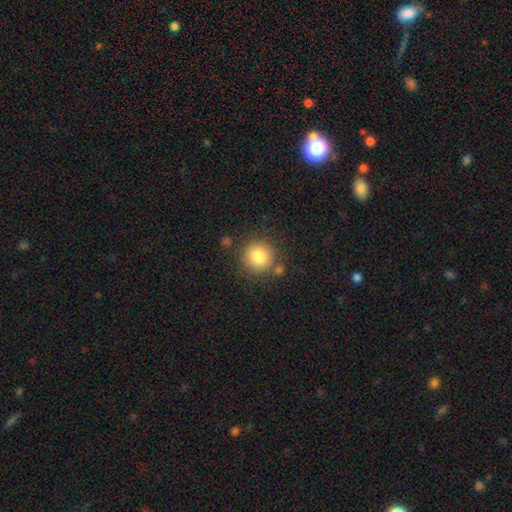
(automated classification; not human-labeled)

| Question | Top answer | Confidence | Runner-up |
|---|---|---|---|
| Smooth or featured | smooth | 83% | star or artifact (11%) |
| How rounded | round | 94% | in between (6%) |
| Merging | none | 81% | minor disturbance (9%) |